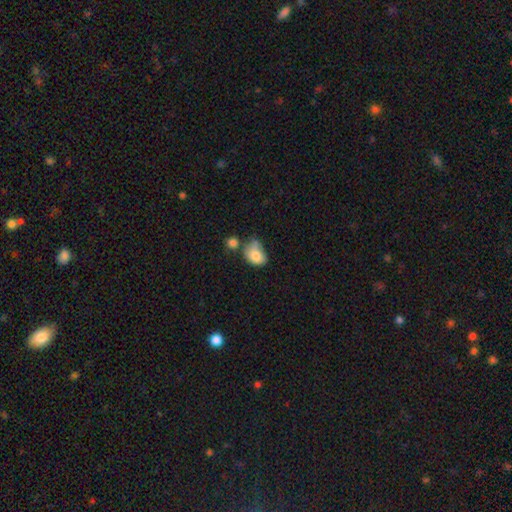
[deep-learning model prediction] smooth-or-featured: smooth: 75% | featured or disk: 16% | star or artifact: 9%
  how-rounded: in between: 69% | round: 29% | cigar-shaped: 1%
  merging: minor disturbance: 29% | merger: 28% | none: 27% | major disturbance: 17%